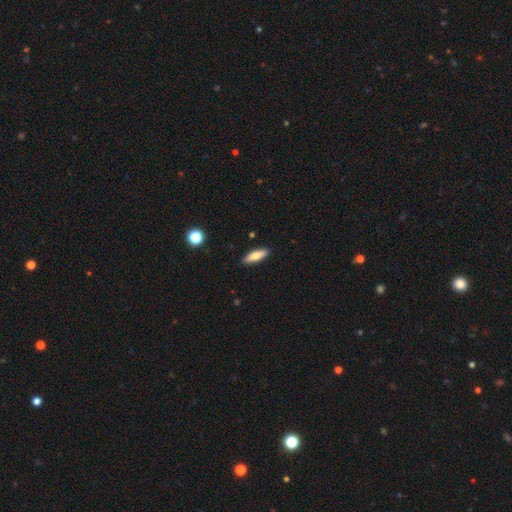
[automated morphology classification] smooth-or-featured: smooth: 73% | featured or disk: 21% | star or artifact: 6%
  how-rounded: cigar-shaped: 53% | in between: 45% | round: 2%
  merging: none: 89% | minor disturbance: 8% | major disturbance: 2% | merger: 1%